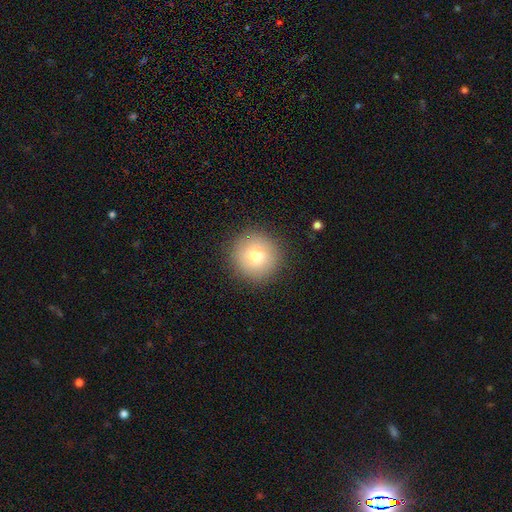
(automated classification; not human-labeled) smooth_or_featured: smooth (p=0.77) [alt: featured or disk p=0.13]
how_rounded: round (p=0.95) [alt: in between p=0.04]
merging: none (p=0.90) [alt: minor disturbance p=0.07]